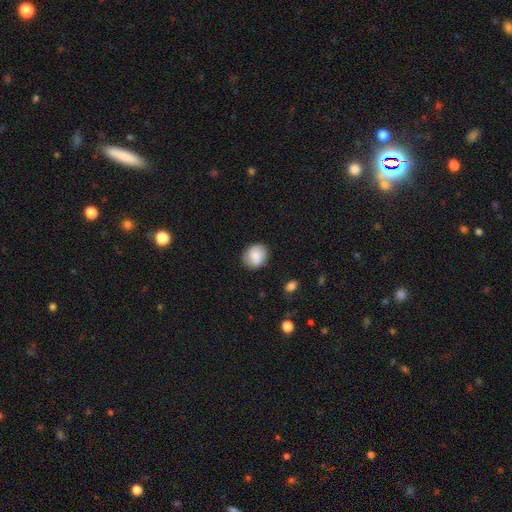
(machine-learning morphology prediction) Q: Smooth or featured?
A: smooth (86%); runner-up: star or artifact (7%)
Q: How rounded?
A: round (68%); runner-up: in between (31%)
Q: Merging?
A: none (82%); runner-up: minor disturbance (13%)